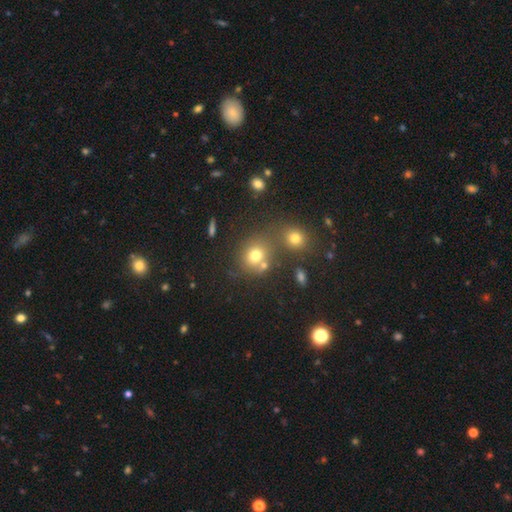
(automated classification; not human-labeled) A smooth galaxy with no disk features (72%) that is round (76%).

Vote fractions:
- Smooth or featured? smooth: 72% / star or artifact: 17% / featured or disk: 11%
- How rounded? round: 76% / in between: 23% / cigar-shaped: 1%
- Merging? none: 57% / merger: 27% / minor disturbance: 11% / major disturbance: 5%